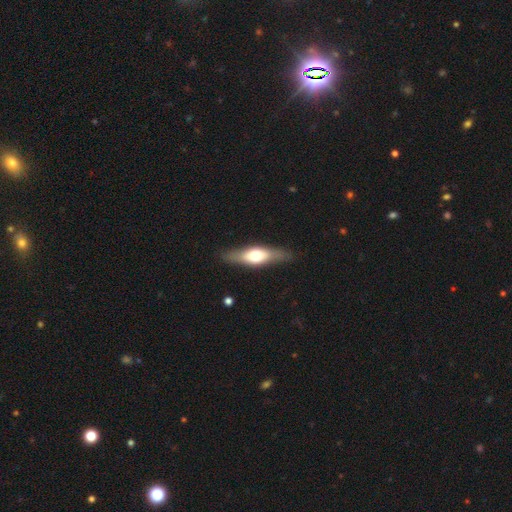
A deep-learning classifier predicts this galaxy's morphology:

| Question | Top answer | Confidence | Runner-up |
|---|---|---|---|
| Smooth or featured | featured or disk | 49% | smooth (45%) |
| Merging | none | 85% | minor disturbance (11%) |